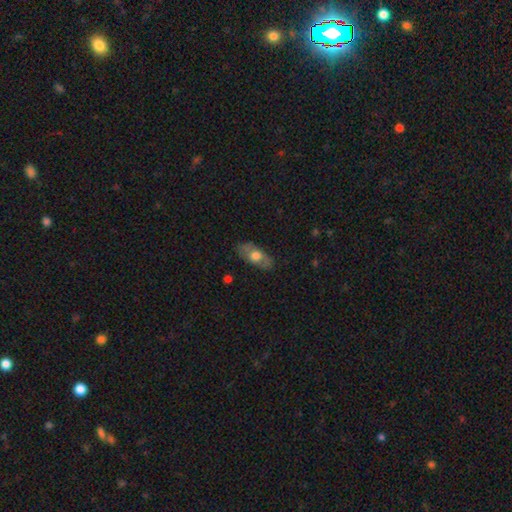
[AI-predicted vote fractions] Smooth or featured? Predicted: smooth (p=0.55). How rounded? Predicted: in between (p=0.85). Merging? Predicted: none (p=0.78).